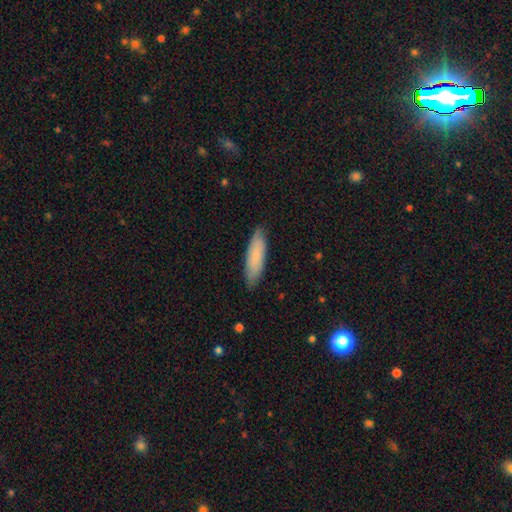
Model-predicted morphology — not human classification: Q: Smooth or featured?
A: smooth (78%); runner-up: featured or disk (17%)
Q: How rounded?
A: cigar-shaped (59%); runner-up: in between (40%)
Q: Merging?
A: none (85%); runner-up: minor disturbance (12%)